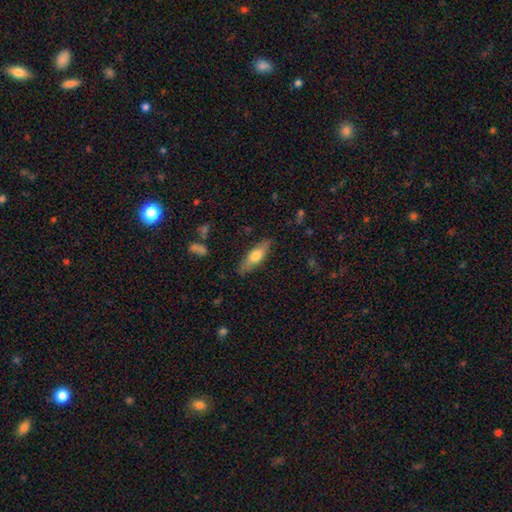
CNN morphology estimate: This appears to be a smooth galaxy with no disk features (61%) that is cigar-shaped (52%). Merging: none (84%).